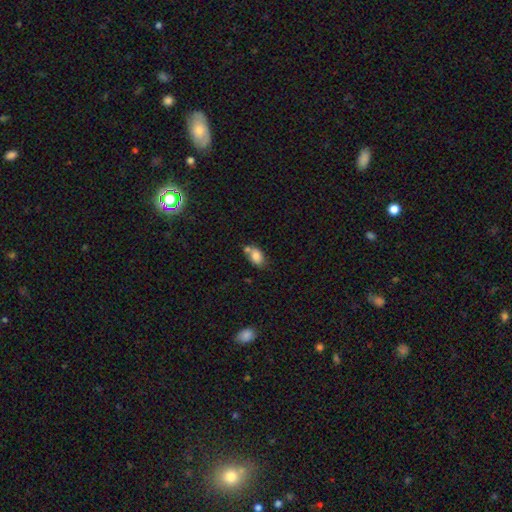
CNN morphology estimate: A smooth galaxy with no disk features (81%) that is in between round and cigar-shaped (85%). Merging: none (43%).